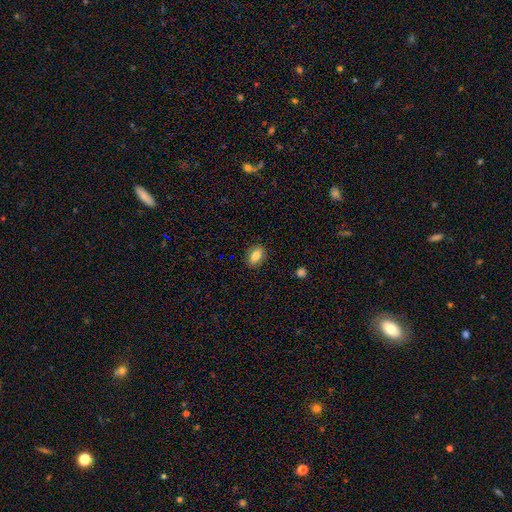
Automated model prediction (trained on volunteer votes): A smooth galaxy with no disk features (82%) that is in between round and cigar-shaped (78%).

Vote fractions:
- Smooth or featured? smooth: 82% / featured or disk: 10% / star or artifact: 8%
- How rounded? in between: 78% / round: 20% / cigar-shaped: 3%
- Merging? none: 87% / minor disturbance: 9% / major disturbance: 2% / merger: 1%